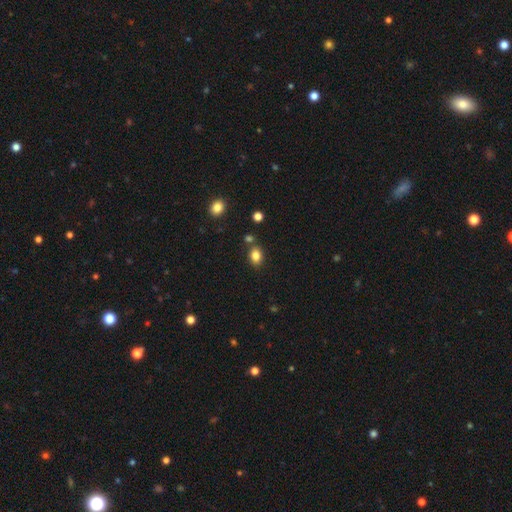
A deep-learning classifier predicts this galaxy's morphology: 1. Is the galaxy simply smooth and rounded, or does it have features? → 84% smooth, 11% star or artifact, 6% featured or disk.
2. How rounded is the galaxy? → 64% in between, 35% round, 1% cigar-shaped.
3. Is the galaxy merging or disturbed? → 75% none, 11% minor disturbance, 10% merger, 3% major disturbance.